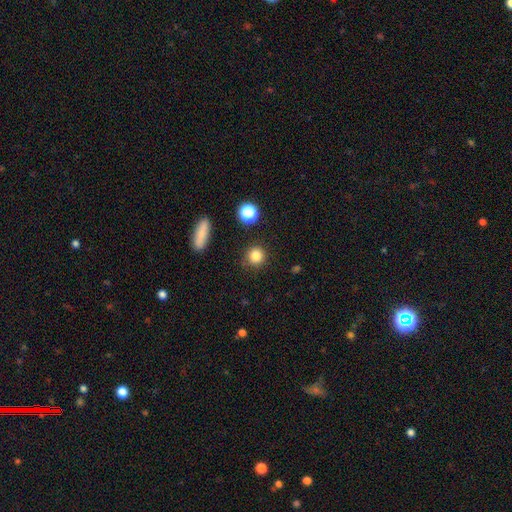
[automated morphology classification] Smooth or featured: smooth — 83% (star or artifact — 12%)
How rounded: round — 91% (in between — 7%)
Merging: none — 88% (minor disturbance — 7%)